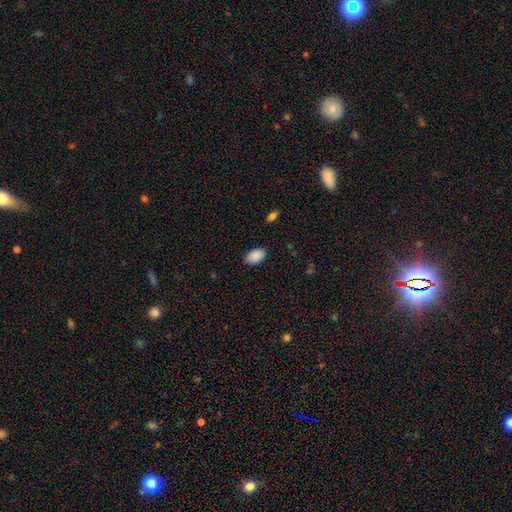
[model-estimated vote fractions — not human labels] Smooth or featured? Predicted: smooth (p=0.90). How rounded? Predicted: in between (p=0.92). Merging? Predicted: none (p=0.87).